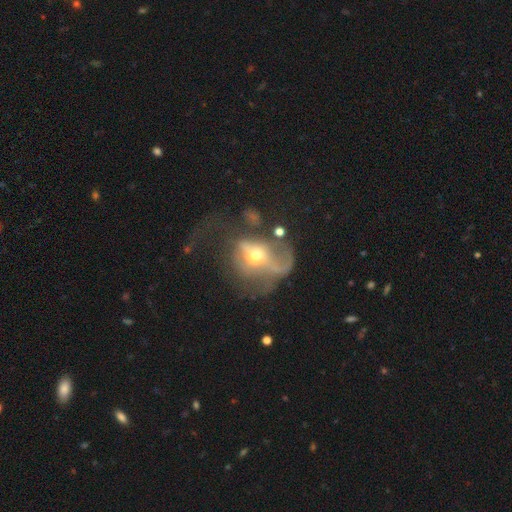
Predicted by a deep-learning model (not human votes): Smooth or featured? Predicted: featured or disk (p=0.58). Edge-on disk? Predicted: no (p=0.95). Bar? Predicted: no (p=0.69). Spiral arms? Predicted: no (p=0.56). Bulge size? Predicted: moderate (p=0.55). Merging? Predicted: major disturbance (p=0.58).